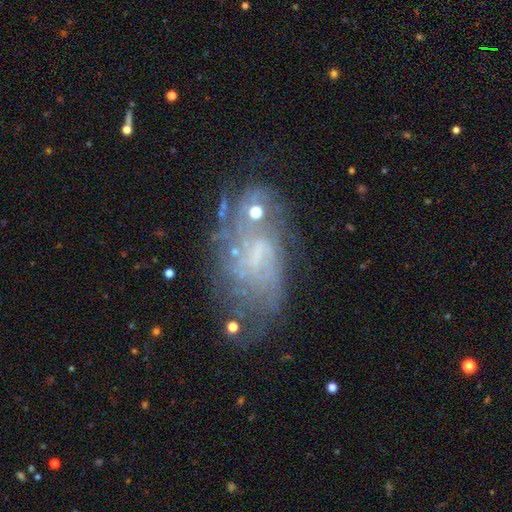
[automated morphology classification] smooth_or_featured: featured or disk (p=0.69) [alt: smooth p=0.18]
disk_edge_on: no (p=0.96) [alt: yes p=0.04]
bar: no (p=0.53) [alt: weak p=0.36]
has_spiral_arms: yes (p=0.67) [alt: no p=0.33]
bulge_size: none (p=0.51) [alt: small p=0.27]
merging: none (p=0.45) [alt: major disturbance p=0.23]